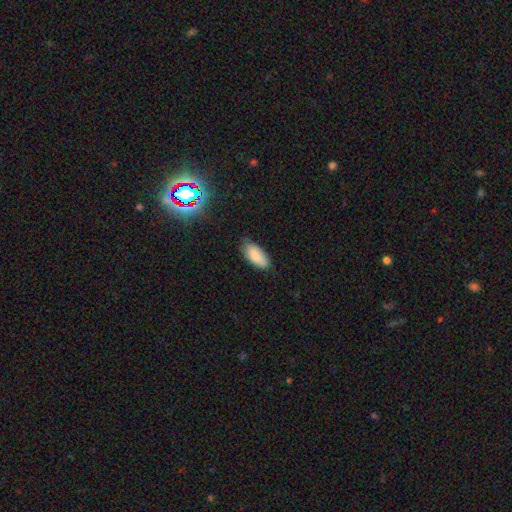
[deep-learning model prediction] Q: Smooth or featured?
A: smooth (84%); runner-up: featured or disk (8%)
Q: How rounded?
A: in between (88%); runner-up: cigar-shaped (10%)
Q: Merging?
A: none (74%); runner-up: minor disturbance (22%)